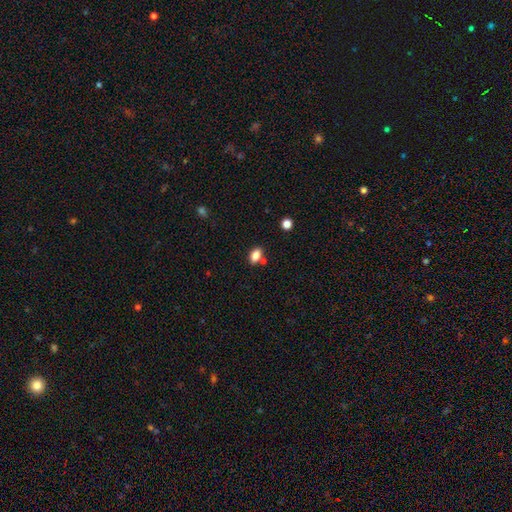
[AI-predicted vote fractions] Overall: smooth (84%). How rounded: in between (87%). Merging: none (72%).